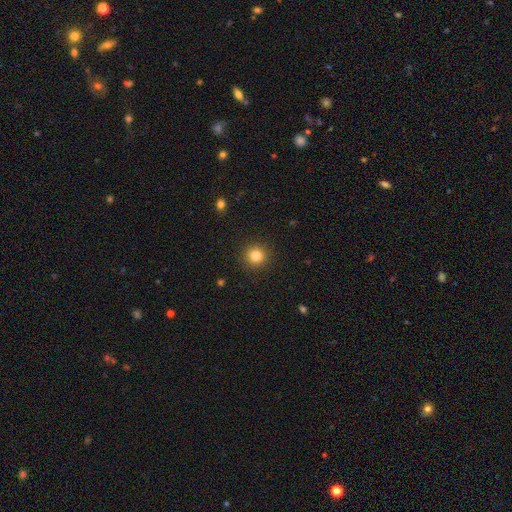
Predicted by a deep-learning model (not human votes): A smooth galaxy with no disk features (82%) that is round (94%).

Vote fractions:
- Smooth or featured? smooth: 82% / star or artifact: 12% / featured or disk: 6%
- How rounded? round: 94% / in between: 5% / cigar-shaped: 1%
- Merging? none: 92% / minor disturbance: 5% / major disturbance: 2% / merger: 1%